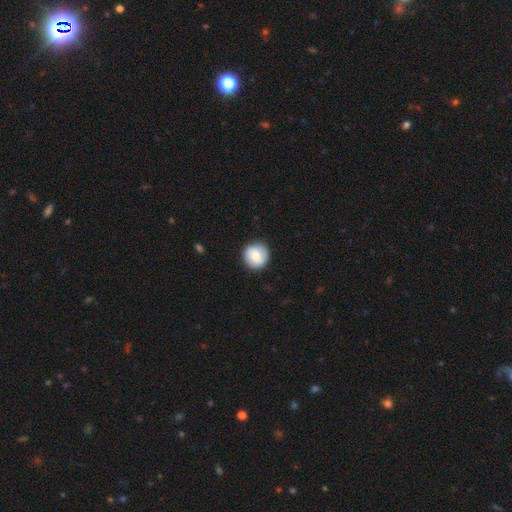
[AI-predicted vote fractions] smooth_or_featured: smooth (p=0.76) [alt: featured or disk p=0.16]
how_rounded: round (p=0.95) [alt: in between p=0.04]
merging: none (p=0.90) [alt: minor disturbance p=0.07]